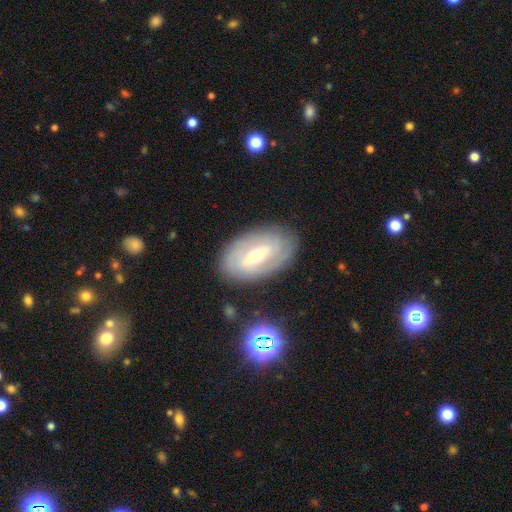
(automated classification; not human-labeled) Smooth or featured: featured or disk — 71% (smooth — 21%)
Edge-on disk: no — 90% (yes — 10%)
Bar: strong — 44% (weak — 39%)
Spiral arms: yes — 66% (no — 34%)
Bulge size: moderate — 58% (small — 38%)
Merging: none — 84% (minor disturbance — 12%)